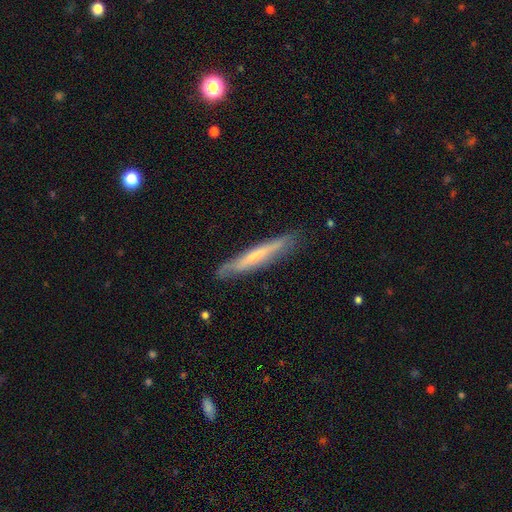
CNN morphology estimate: Smooth or featured: featured or disk — 47% (tied with smooth — 47%)
Merging: none — 83% (minor disturbance — 13%)